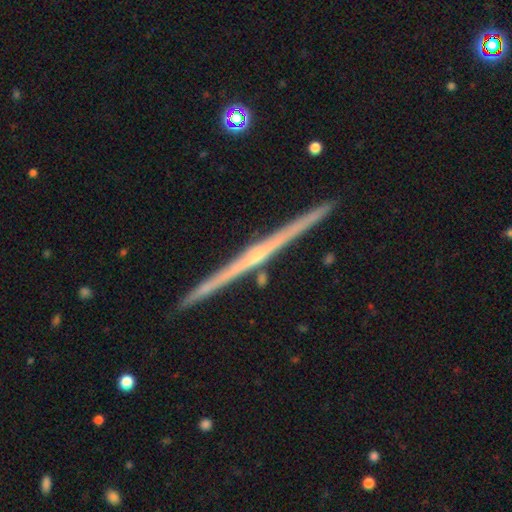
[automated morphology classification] Smooth or featured?
  - featured or disk: 80% *
  - smooth: 15%
  - star or artifact: 6%
Edge-on disk?
  - yes: 99% *
  - no: 1%
Edge-on bulge?
  - rounded: 47% *
  - none: 46%
  - boxy: 7%
Merging?
  - none: 90% *
  - minor disturbance: 6%
  - merger: 2%
  - major disturbance: 1%